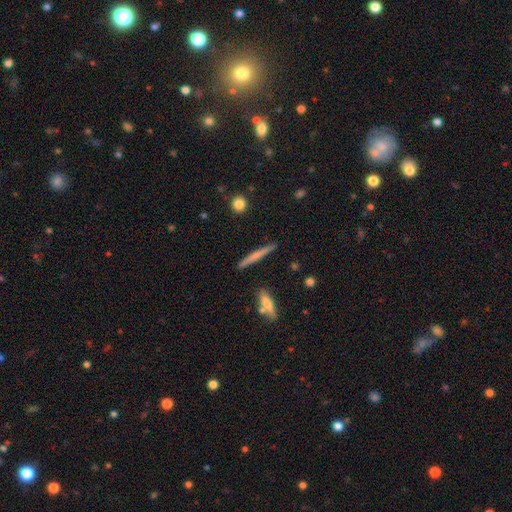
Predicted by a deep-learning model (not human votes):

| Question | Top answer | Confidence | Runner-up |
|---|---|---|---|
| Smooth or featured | smooth | 51% | featured or disk (42%) |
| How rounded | cigar-shaped | 94% | in between (4%) |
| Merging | none | 88% | minor disturbance (8%) |